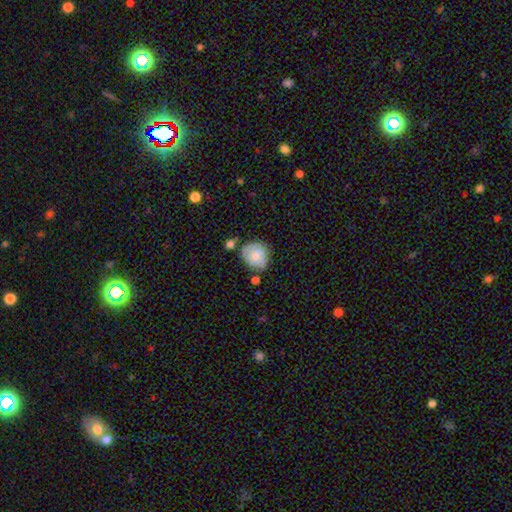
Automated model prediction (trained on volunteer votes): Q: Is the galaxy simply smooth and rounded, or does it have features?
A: smooth — 66%.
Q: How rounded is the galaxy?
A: round — 70%.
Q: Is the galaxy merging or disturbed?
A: none — 50%.